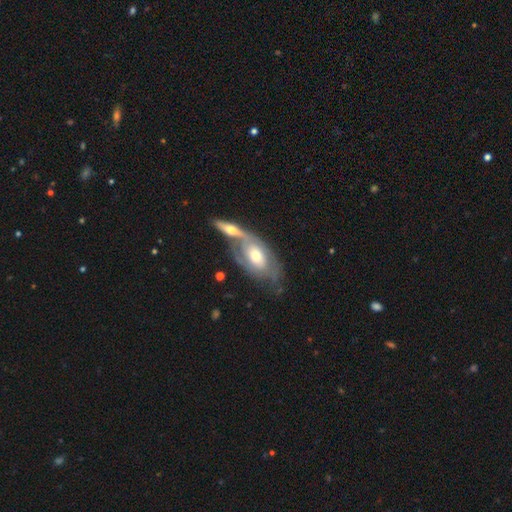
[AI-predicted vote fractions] Smooth or featured: featured or disk — 65% (smooth — 29%)
Edge-on disk: no — 83% (yes — 17%)
Bar: no — 69% (weak — 24%)
Spiral arms: yes — 61% (no — 39%)
Bulge size: moderate — 64% (large — 19%)
Merging: merger — 50% (none — 29%)